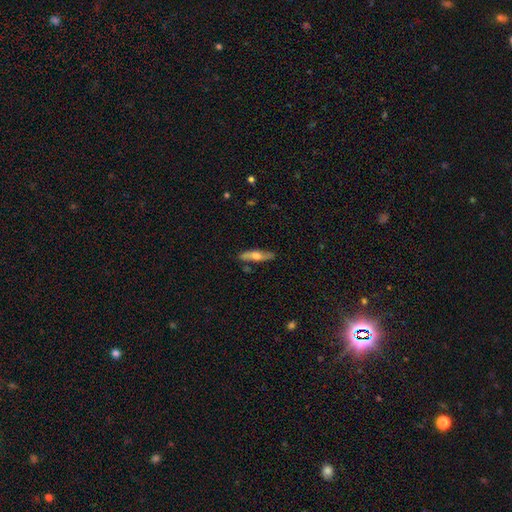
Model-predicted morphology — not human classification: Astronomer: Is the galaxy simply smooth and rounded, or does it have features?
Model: featured or disk — 50% (runner-up: smooth, 44%).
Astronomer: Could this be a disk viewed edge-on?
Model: yes — 70%.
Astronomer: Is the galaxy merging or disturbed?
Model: none — 81%.